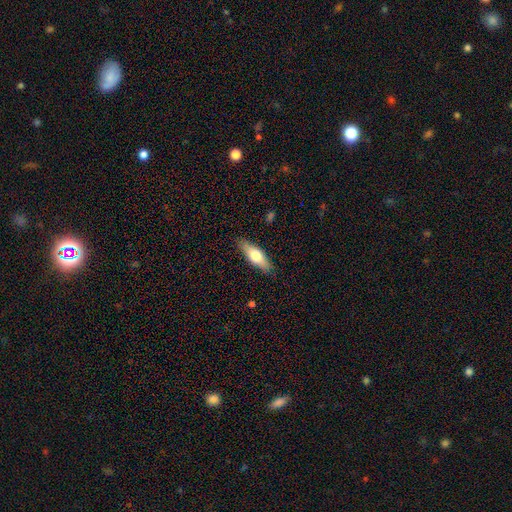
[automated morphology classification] A smooth galaxy with no disk features (63%) that is in between round and cigar-shaped (58%).

Vote fractions:
- Smooth or featured? smooth: 63% / featured or disk: 32% / star or artifact: 6%
- How rounded? in between: 58% / cigar-shaped: 39% / round: 2%
- Merging? none: 87% / minor disturbance: 10% / major disturbance: 2% / merger: 1%